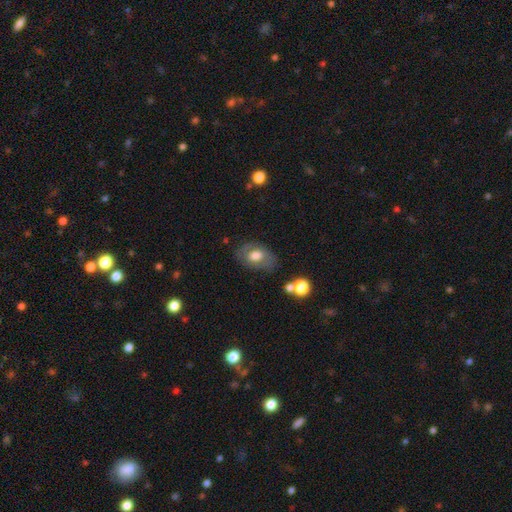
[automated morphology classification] The model was most divided on "smooth or featured": smooth: 62%, featured or disk: 31%, star or artifact: 7%. More confident: how rounded — in between (86%); merging — none (72%).